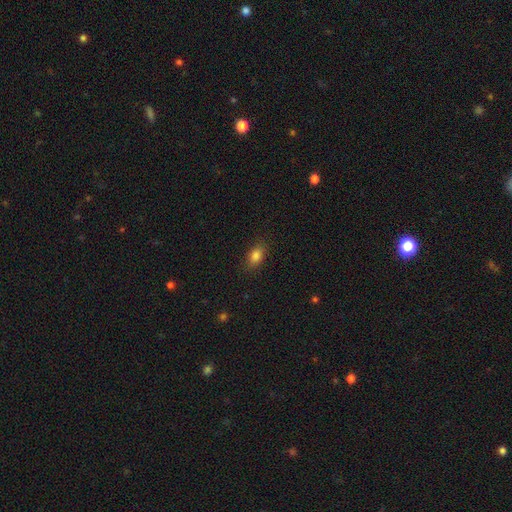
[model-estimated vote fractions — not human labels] Smooth or featured?
  - smooth: 84% *
  - star or artifact: 10%
  - featured or disk: 6%
How rounded?
  - in between: 84% *
  - round: 12%
  - cigar-shaped: 4%
Merging?
  - none: 86% *
  - minor disturbance: 10%
  - major disturbance: 3%
  - merger: 1%